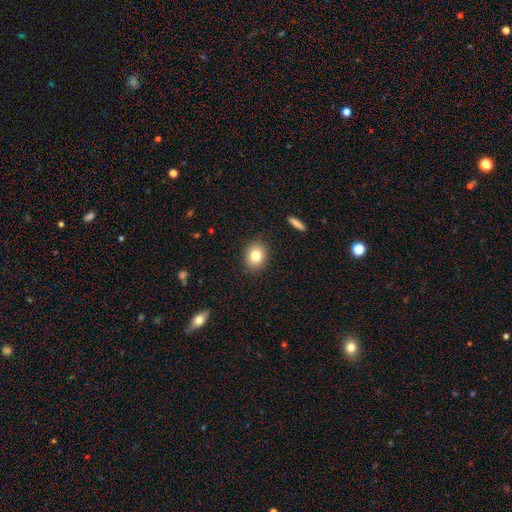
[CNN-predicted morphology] A smooth galaxy with no disk features (80%) that is round (61%).

Vote fractions:
- Smooth or featured? smooth: 80% / star or artifact: 10% / featured or disk: 10%
- How rounded? round: 61% / in between: 38% / cigar-shaped: 1%
- Merging? none: 89% / minor disturbance: 8% / major disturbance: 2% / merger: 1%